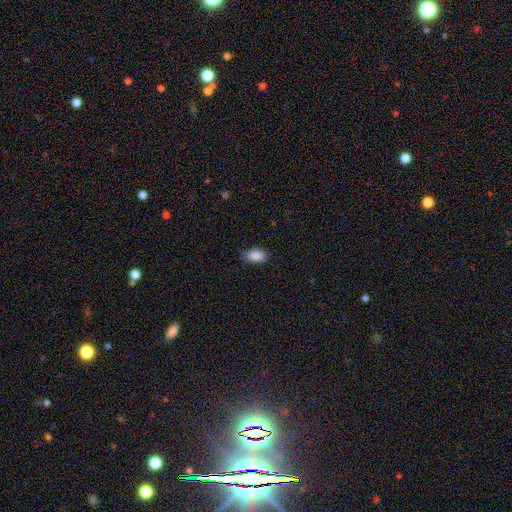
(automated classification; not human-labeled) Overall: smooth (89%). How rounded: in between (91%). Merging: none (80%).